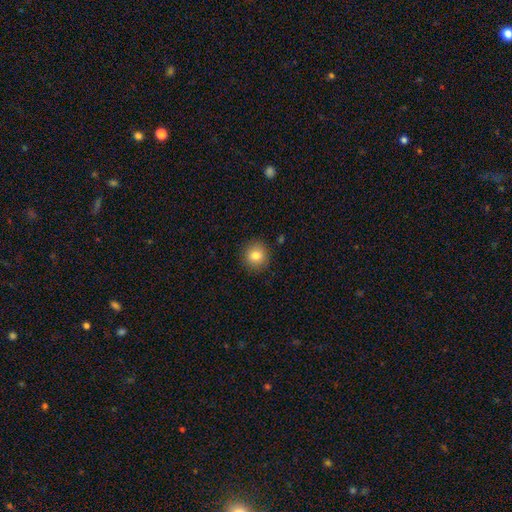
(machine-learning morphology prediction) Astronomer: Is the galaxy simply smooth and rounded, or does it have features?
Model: smooth — 82%.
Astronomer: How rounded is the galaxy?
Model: round — 90%.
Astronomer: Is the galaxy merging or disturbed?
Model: none — 90%.